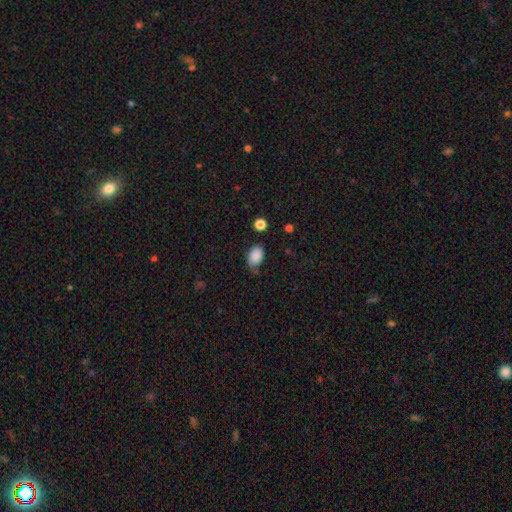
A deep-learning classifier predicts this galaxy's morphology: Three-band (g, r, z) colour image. It shows a smooth galaxy with no disk features (88%) that is in between round and cigar-shaped (84%). Merging: none (68%).